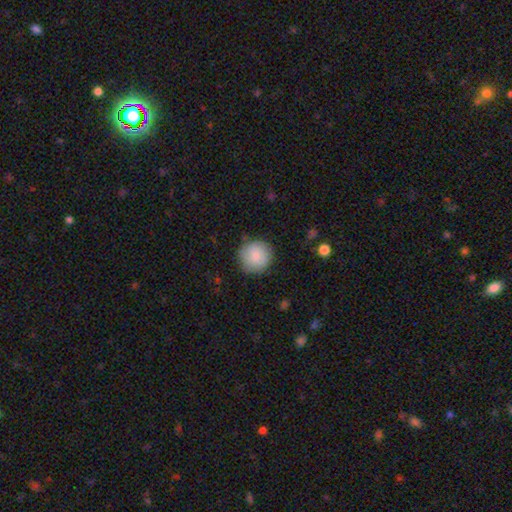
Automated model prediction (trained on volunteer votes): Q: Smooth or featured?
A: smooth (82%); runner-up: featured or disk (11%)
Q: How rounded?
A: round (94%); runner-up: in between (5%)
Q: Merging?
A: none (79%); runner-up: minor disturbance (16%)